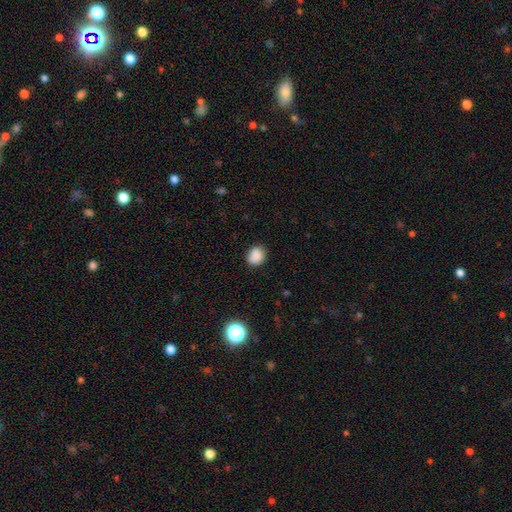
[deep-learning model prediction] This is clearly a smooth galaxy (87%). How rounded: likely round (64%). Merging: clearly none (83%).